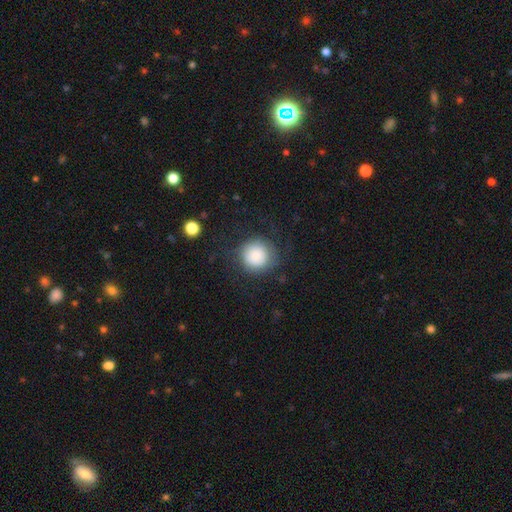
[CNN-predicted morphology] Smooth or featured? Predicted: smooth (p=0.83). How rounded? Predicted: round (p=0.93). Merging? Predicted: none (p=0.75).